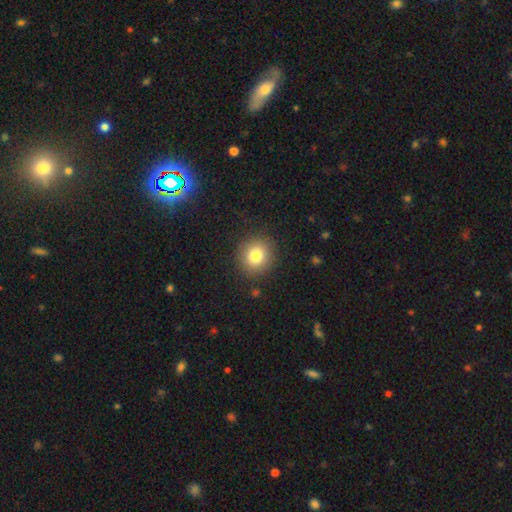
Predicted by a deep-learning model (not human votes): Overall: smooth (81%). How rounded: round (85%). Merging: none (89%).